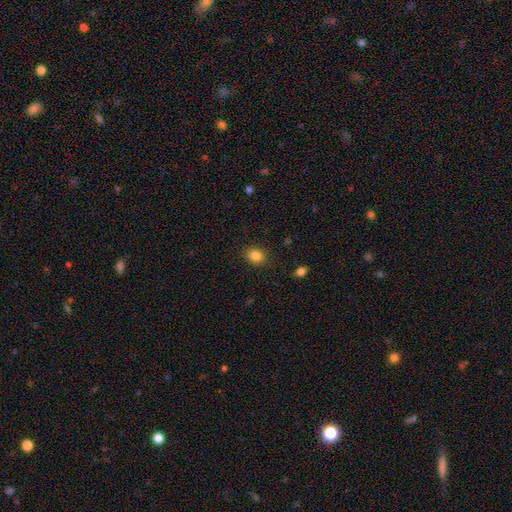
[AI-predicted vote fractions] smooth 84%, star or artifact 11%, featured or disk 5%. Down the decision tree: how rounded — round (56%); merging — none (88%).